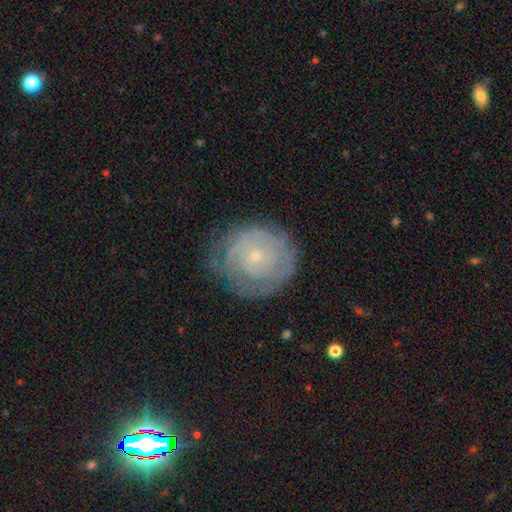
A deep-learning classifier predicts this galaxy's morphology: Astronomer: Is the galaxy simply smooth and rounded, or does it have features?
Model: featured or disk — 73%.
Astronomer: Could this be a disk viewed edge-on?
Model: no — 97%.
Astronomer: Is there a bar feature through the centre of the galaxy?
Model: no — 83%.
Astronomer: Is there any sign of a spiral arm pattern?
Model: yes — 86%.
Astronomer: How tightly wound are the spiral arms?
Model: tight — 80%.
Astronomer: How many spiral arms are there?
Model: can't tell — 49%.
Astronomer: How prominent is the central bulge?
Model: small — 83%.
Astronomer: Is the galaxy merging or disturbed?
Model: none — 72%.